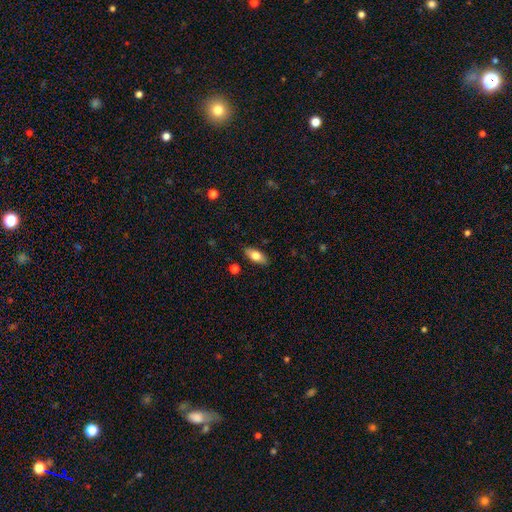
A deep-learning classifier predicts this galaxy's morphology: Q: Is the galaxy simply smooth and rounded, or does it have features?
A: smooth — 73%.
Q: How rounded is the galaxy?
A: in between — 83%.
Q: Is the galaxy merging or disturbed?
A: none — 87%.